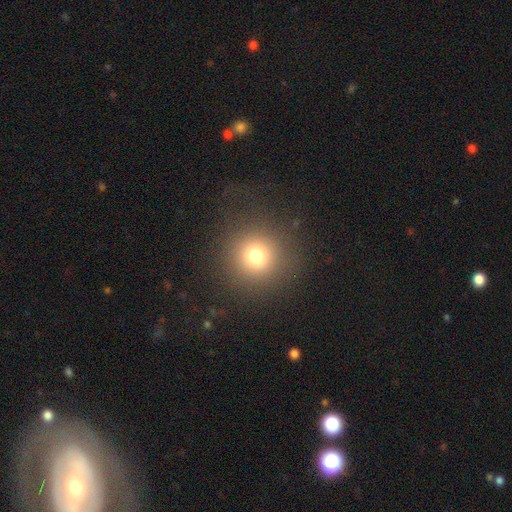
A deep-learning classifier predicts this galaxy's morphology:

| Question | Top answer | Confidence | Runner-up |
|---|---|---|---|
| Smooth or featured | smooth | 73% | star or artifact (17%) |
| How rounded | round | 93% | in between (6%) |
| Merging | none | 86% | minor disturbance (7%) |